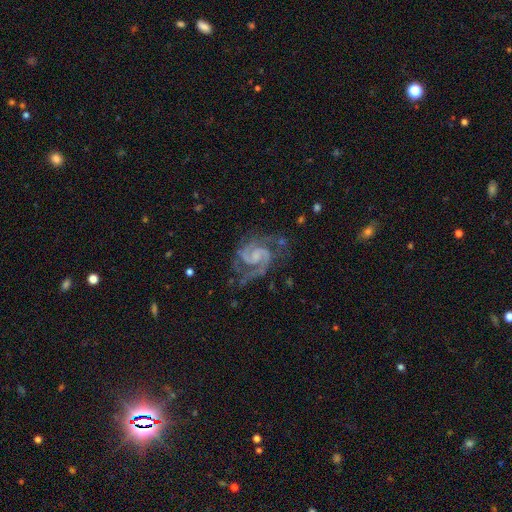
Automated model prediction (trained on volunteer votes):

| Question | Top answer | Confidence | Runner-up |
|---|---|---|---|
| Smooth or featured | featured or disk | 92% | star or artifact (5%) |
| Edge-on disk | no | 98% | yes (2%) |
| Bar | weak | 49% | no (37%) |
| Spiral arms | yes | 98% | no (2%) |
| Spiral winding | medium | 56% | tight (34%) |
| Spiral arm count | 2 | 91% | 3 (4%) |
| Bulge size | none | 42% | small (38%) |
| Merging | none | 69% | minor disturbance (19%) |